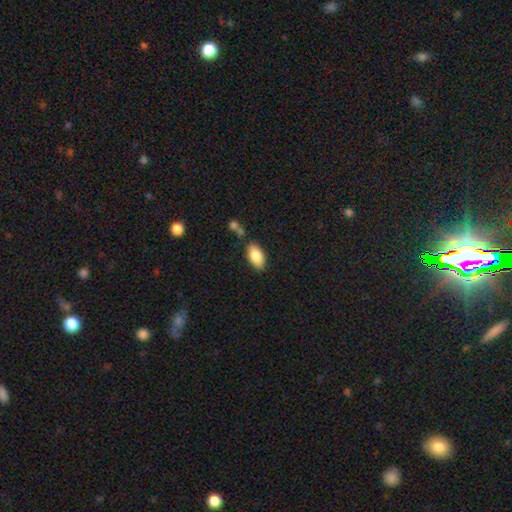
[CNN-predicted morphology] Overall: smooth (83%). How rounded: in between (92%). Merging: none (77%).